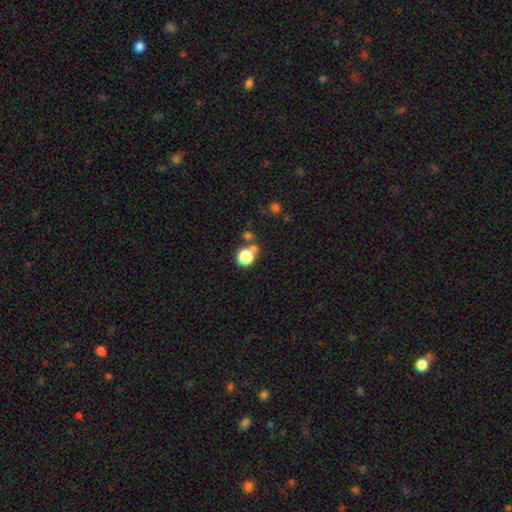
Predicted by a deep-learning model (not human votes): A smooth galaxy with no disk features (50%) that is round (79%).

Vote fractions:
- Smooth or featured? smooth: 50% / star or artifact: 41% / featured or disk: 9%
- How rounded? round: 79% / in between: 19% / cigar-shaped: 2%
- Merging? none: 66% / merger: 19% / minor disturbance: 10% / major disturbance: 6%